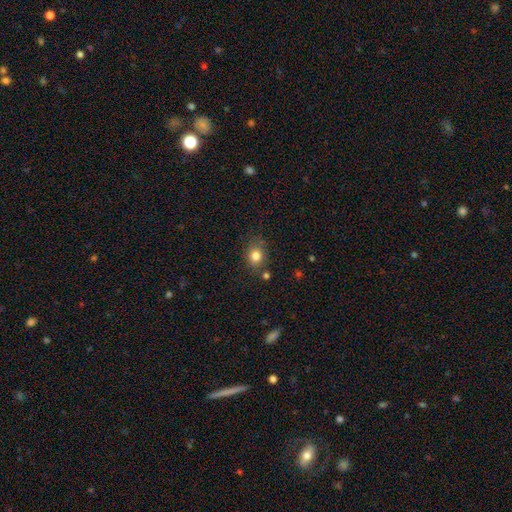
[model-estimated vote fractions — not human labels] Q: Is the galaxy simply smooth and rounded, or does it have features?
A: smooth — 81%.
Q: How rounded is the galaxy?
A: round — 64%.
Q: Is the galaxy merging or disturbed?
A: none — 74%.